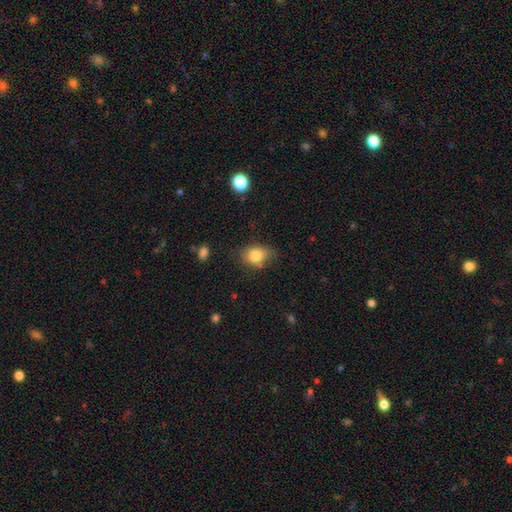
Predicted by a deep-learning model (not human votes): This appears to be a smooth galaxy with no disk features (81%) that is in between round and cigar-shaped (69%). Merging: none (61%).